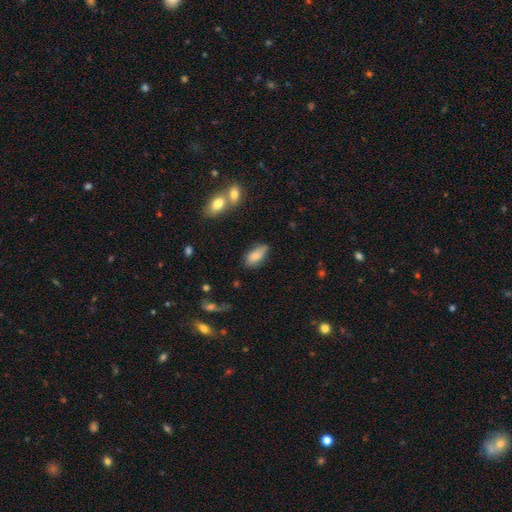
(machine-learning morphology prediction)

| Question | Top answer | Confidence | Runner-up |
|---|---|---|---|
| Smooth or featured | smooth | 81% | featured or disk (12%) |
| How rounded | in between | 88% | cigar-shaped (9%) |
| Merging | none | 65% | minor disturbance (25%) |